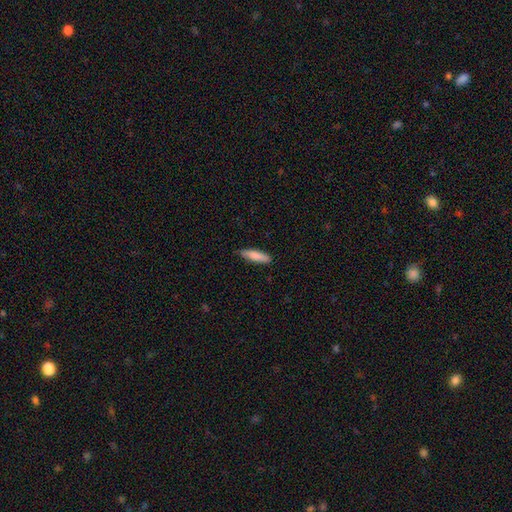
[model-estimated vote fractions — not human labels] Smooth or featured?
  - smooth: 83% *
  - featured or disk: 11%
  - star or artifact: 6%
How rounded?
  - cigar-shaped: 66% *
  - in between: 32%
  - round: 1%
Merging?
  - none: 83% *
  - minor disturbance: 13%
  - major disturbance: 2%
  - merger: 1%